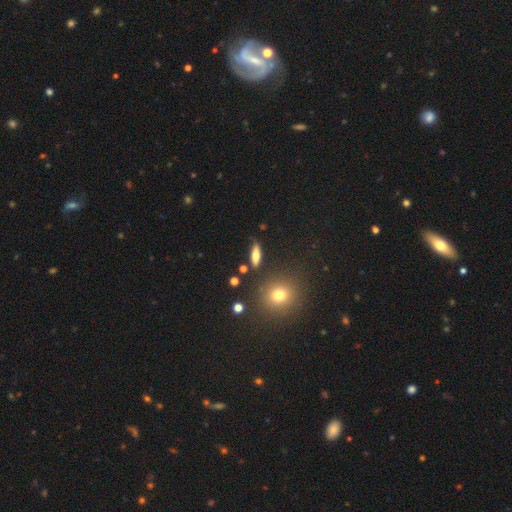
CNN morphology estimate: Smooth or featured? smooth (65%)
How rounded? cigar-shaped (55%)
Merging? none (79%)